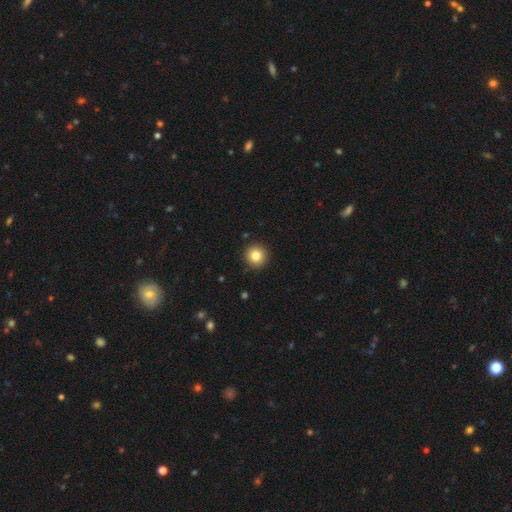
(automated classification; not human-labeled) Smooth or featured? Predicted: smooth (p=0.82). How rounded? Predicted: round (p=0.95). Merging? Predicted: none (p=0.92).